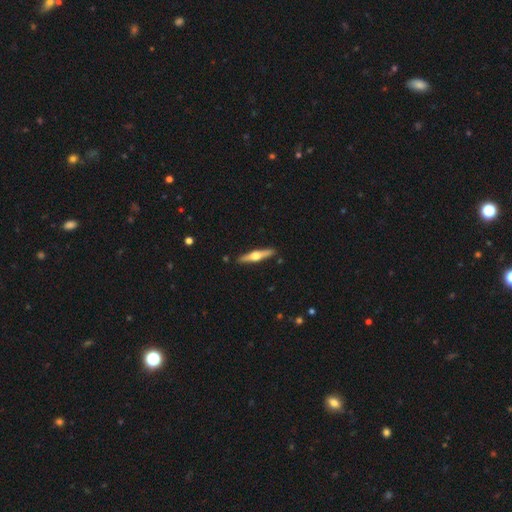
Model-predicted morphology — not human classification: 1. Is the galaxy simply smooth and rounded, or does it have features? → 69% featured or disk, 27% smooth, 5% star or artifact.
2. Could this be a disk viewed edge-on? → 97% yes, 3% no.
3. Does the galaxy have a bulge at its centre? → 95% rounded, 3% boxy, 2% none.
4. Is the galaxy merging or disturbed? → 91% none, 7% minor disturbance, 1% merger, 1% major disturbance.